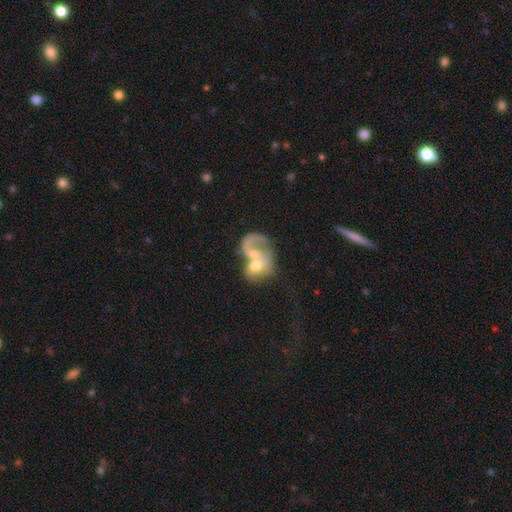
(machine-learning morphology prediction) Smooth or featured: featured or disk — 57% (smooth — 34%)
Edge-on disk: no — 97% (yes — 3%)
Bar: no — 75% (weak — 20%)
Spiral arms: no — 51% (yes — 49%)
Bulge size: moderate — 61% (small — 23%)
Merging: merger — 75% (major disturbance — 11%)